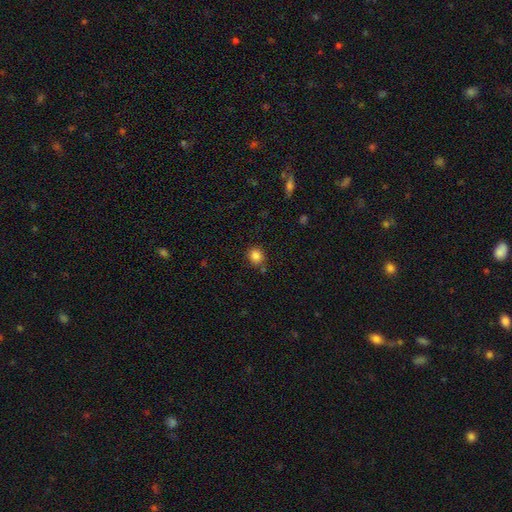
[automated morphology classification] This appears to be a smooth galaxy with no disk features (84%) that is round (83%). Merging: none (80%).